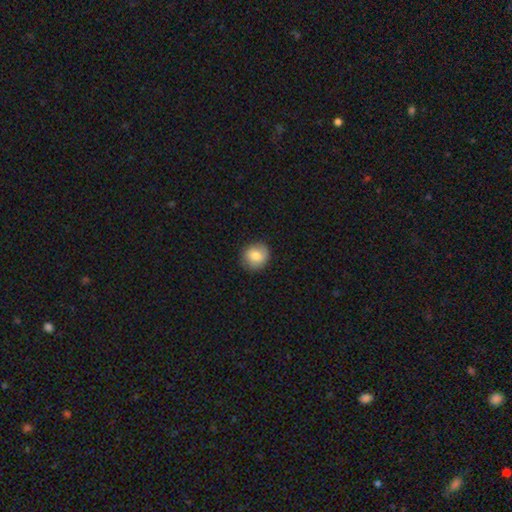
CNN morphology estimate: This is likely a smooth galaxy (79%). How rounded: clearly round (84%). Merging: clearly none (85%).